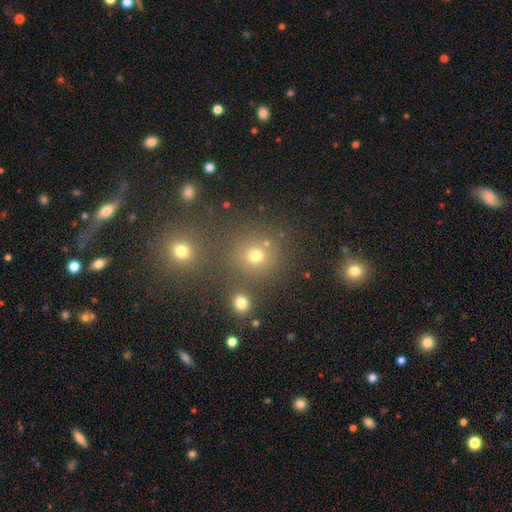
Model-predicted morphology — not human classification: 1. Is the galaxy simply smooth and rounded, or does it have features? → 72% smooth, 21% star or artifact, 7% featured or disk.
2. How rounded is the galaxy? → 88% round, 11% in between, 1% cigar-shaped.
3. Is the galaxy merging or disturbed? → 73% none, 15% merger, 8% minor disturbance, 4% major disturbance.